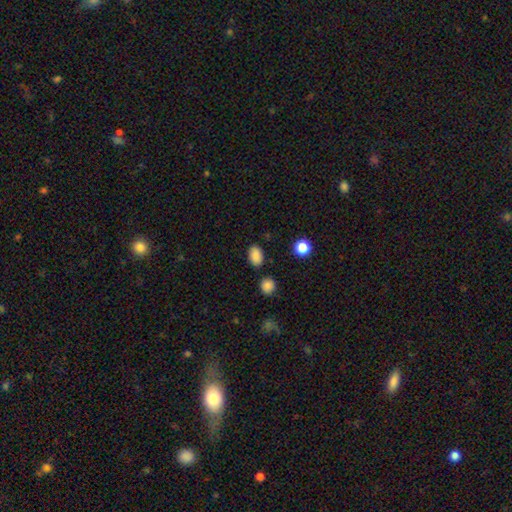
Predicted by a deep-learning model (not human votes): Overall: smooth (86%). How rounded: in between (85%). Merging: none (85%).